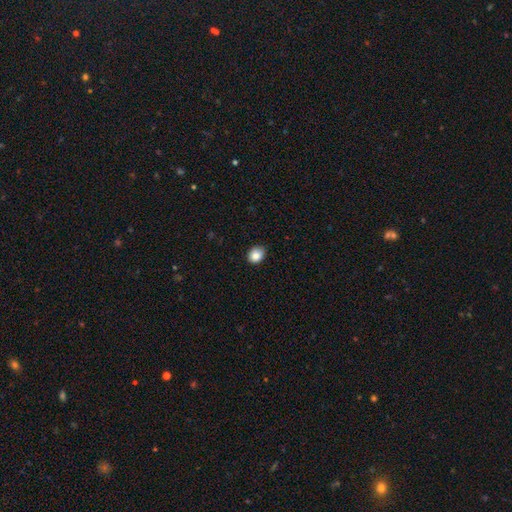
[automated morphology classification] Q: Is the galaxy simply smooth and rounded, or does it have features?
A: smooth — 86%.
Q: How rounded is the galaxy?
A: round — 56%.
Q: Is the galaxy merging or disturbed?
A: none — 81%.